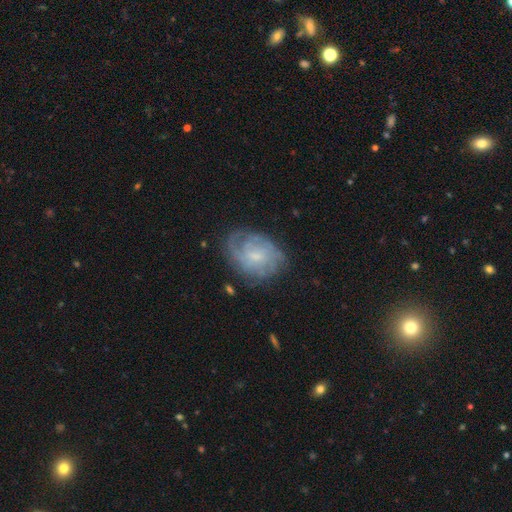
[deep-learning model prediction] Overall: featured or disk (71%). Edge-on disk: no (97%). Bar: no (53%; weak 42%). Spiral arms: yes (86%). Spiral arm count: can't tell (50%; 2 17%). Spiral winding: tight (54%; medium 33%). Bulge size: small (61%; moderate 26%). Merging: none (67%).